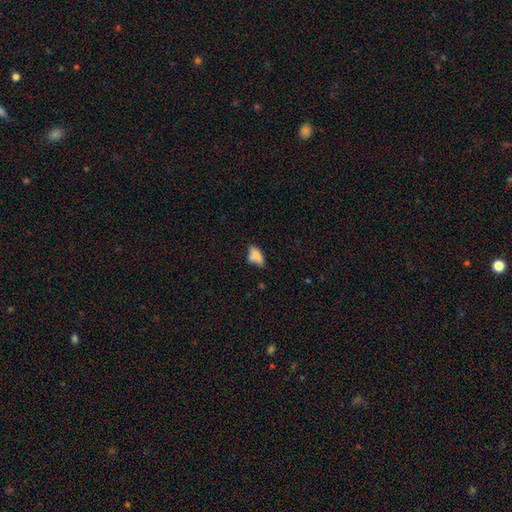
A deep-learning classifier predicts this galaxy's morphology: The model was most divided on "merging": none: 43%, minor disturbance: 28%, merger: 17%, major disturbance: 12%. More confident: how rounded — in between (80%); smooth or featured — smooth (72%).